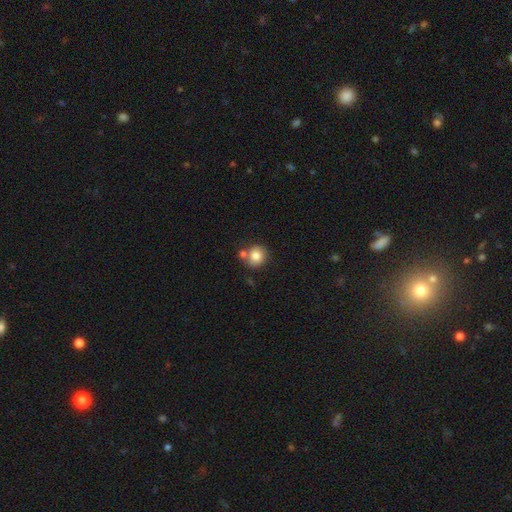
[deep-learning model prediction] A smooth galaxy with no disk features (81%) that is round (88%). Merging: none (62%).